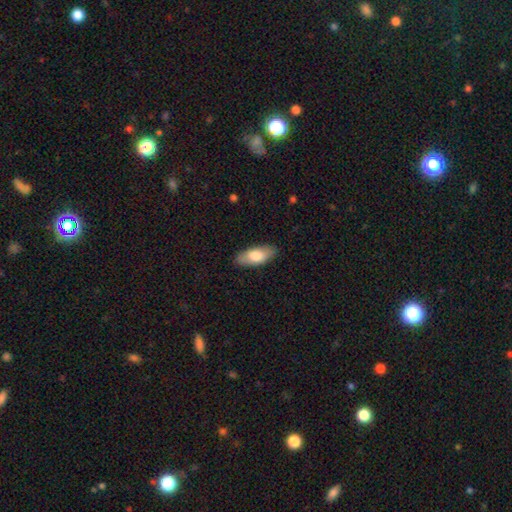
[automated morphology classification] Smooth or featured?
  - smooth: 77% *
  - featured or disk: 17%
  - star or artifact: 5%
How rounded?
  - in between: 85% *
  - cigar-shaped: 13%
  - round: 2%
Merging?
  - none: 86% *
  - minor disturbance: 11%
  - major disturbance: 2%
  - merger: 1%